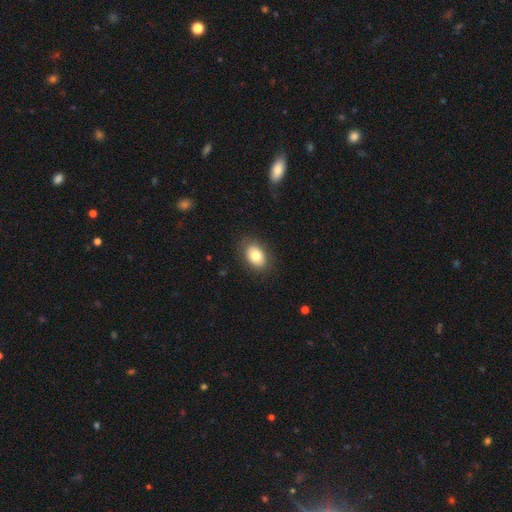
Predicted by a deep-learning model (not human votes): Overall: smooth (78%). How rounded: in between (83%). Merging: none (85%).